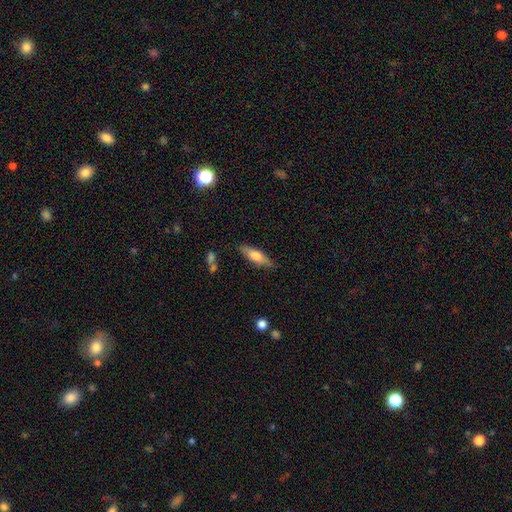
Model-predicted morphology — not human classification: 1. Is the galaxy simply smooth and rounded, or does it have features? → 61% smooth, 33% featured or disk, 6% star or artifact.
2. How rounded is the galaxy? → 56% cigar-shaped, 42% in between, 2% round.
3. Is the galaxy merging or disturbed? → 82% none, 13% minor disturbance, 3% major disturbance, 2% merger.